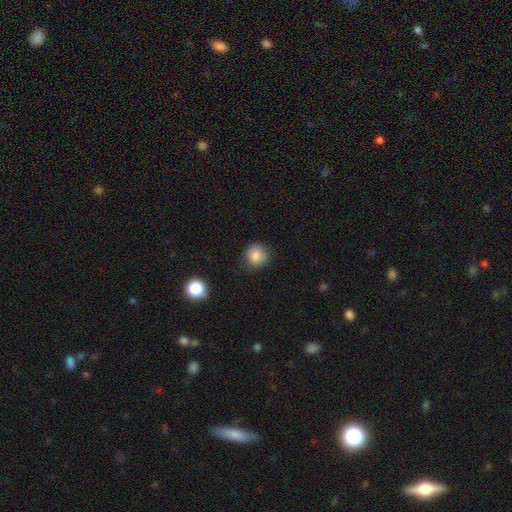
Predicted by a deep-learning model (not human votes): Morphology: type=smooth (81%); roundness=round (89%); merging=none (79%).